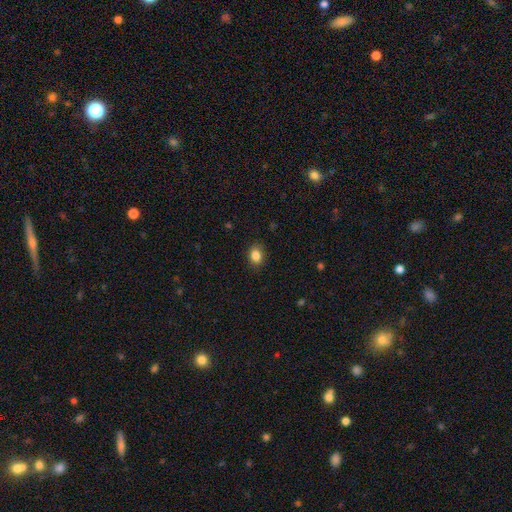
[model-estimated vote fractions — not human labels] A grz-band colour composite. It shows a smooth galaxy with no disk features (86%) that is in between round and cigar-shaped (66%). Merging: none (86%).